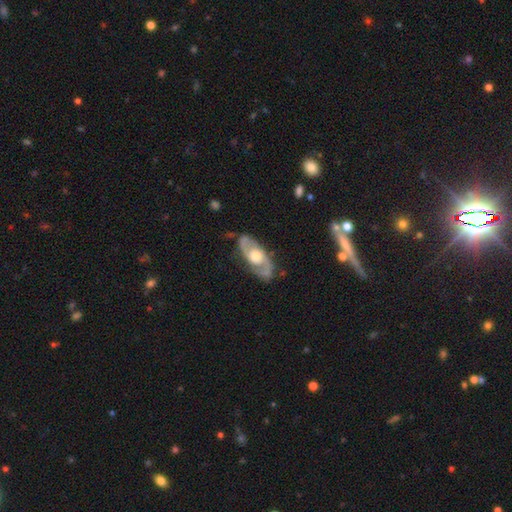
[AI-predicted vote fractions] This appears to be a featured or disk galaxy (80%) with no bar (68%), 2 (86%) medium (48%) spiral arms (87%) and a moderate central bulge (66%). Merging: none (79%).